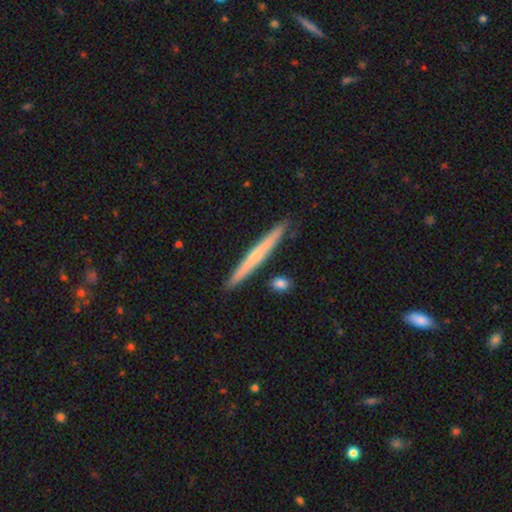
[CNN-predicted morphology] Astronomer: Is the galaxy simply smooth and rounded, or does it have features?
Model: featured or disk — 56% (runner-up: smooth, 38%).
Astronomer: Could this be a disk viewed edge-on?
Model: yes — 97%.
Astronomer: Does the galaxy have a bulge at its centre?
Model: none — 52% (runner-up: rounded, 43%).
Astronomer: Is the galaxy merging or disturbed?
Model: none — 90%.